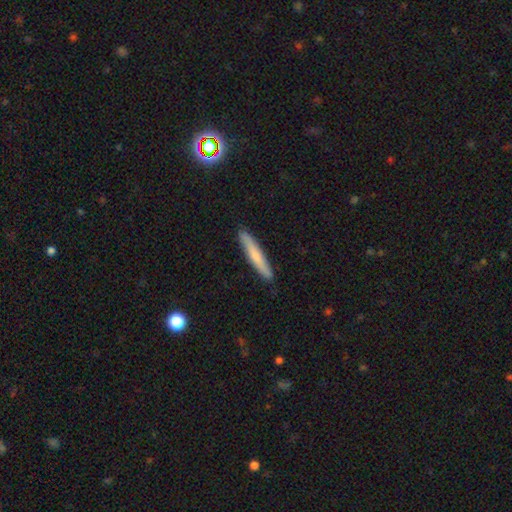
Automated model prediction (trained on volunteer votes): smooth 67%, featured or disk 28%, star or artifact 5%. Down the decision tree: how rounded — cigar-shaped (94%); merging — none (90%).